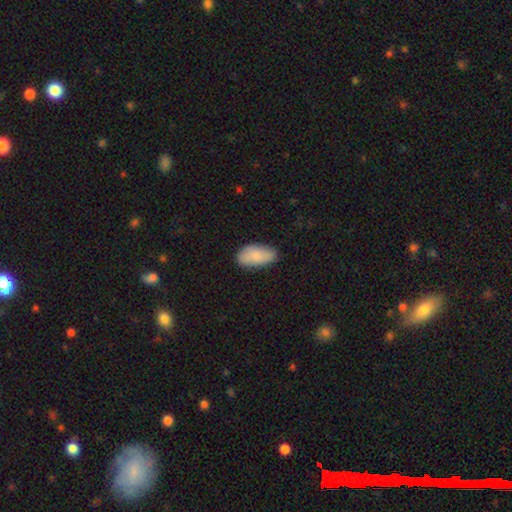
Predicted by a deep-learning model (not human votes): Smooth or featured? Predicted: smooth (p=0.84). How rounded? Predicted: in between (p=0.94). Merging? Predicted: none (p=0.79).